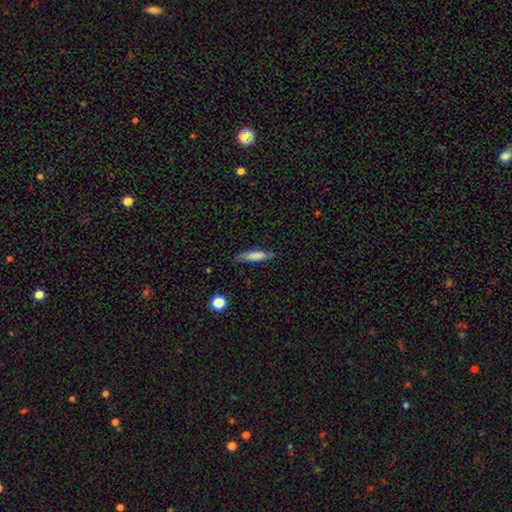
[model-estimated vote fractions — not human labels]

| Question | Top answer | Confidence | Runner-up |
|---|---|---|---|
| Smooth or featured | smooth | 77% | featured or disk (16%) |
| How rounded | cigar-shaped | 75% | in between (23%) |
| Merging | none | 71% | minor disturbance (23%) |